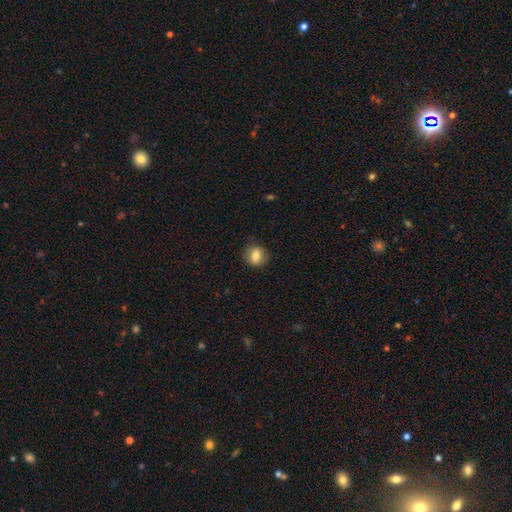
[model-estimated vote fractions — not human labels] Morphology: type=smooth (74%); roundness=round (64%); merging=none (84%).